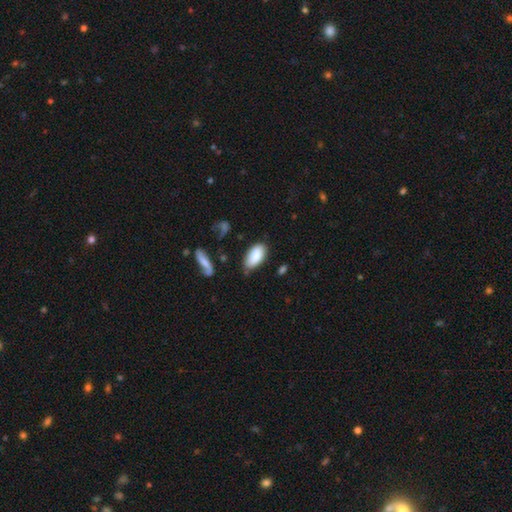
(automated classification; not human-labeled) Morphology: type=smooth (84%); roundness=in between (93%); merging=none (67%).